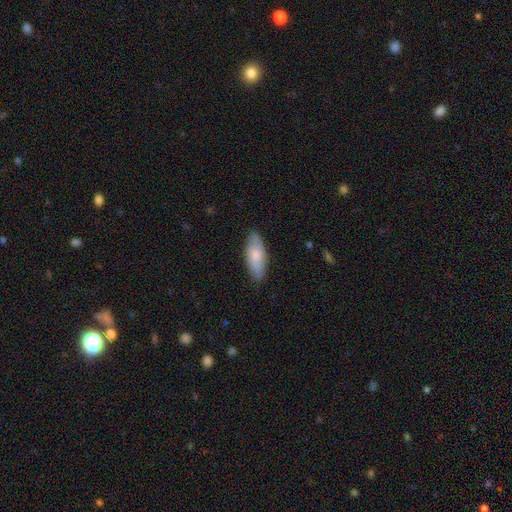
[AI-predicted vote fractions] Smooth or featured? smooth (74%)
How rounded? in between (78%)
Merging? none (84%)